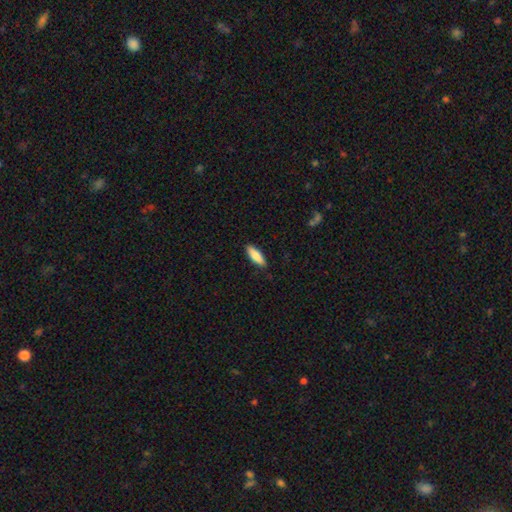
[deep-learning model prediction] This is clearly a smooth galaxy (82%). How rounded: possibly in between (55%). Merging: clearly none (87%).